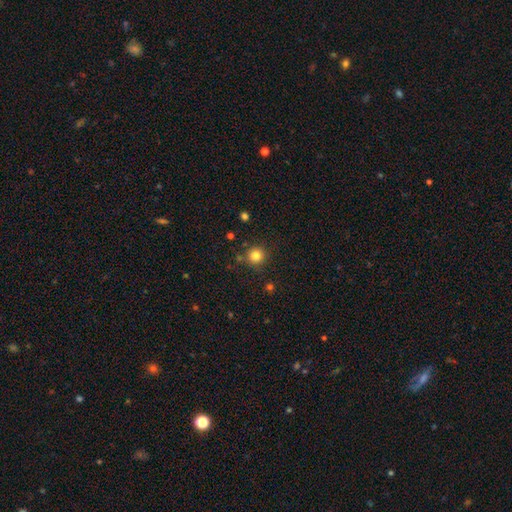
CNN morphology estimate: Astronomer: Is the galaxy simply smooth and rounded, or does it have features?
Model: smooth — 82%.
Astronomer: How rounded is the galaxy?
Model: round — 94%.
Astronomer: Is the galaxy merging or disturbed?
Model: none — 86%.